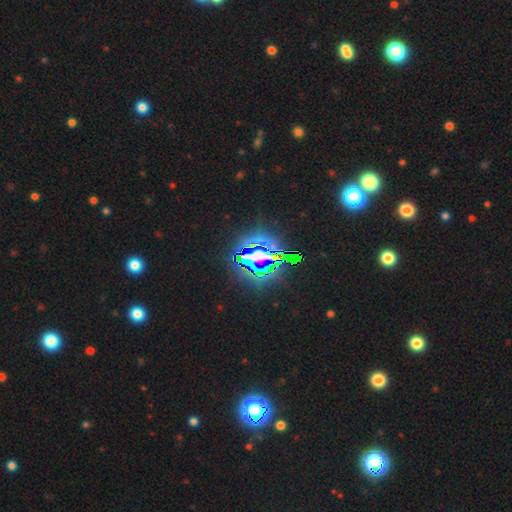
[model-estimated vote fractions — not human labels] smooth-or-featured: star or artifact: 78% | smooth: 11% | featured or disk: 11%